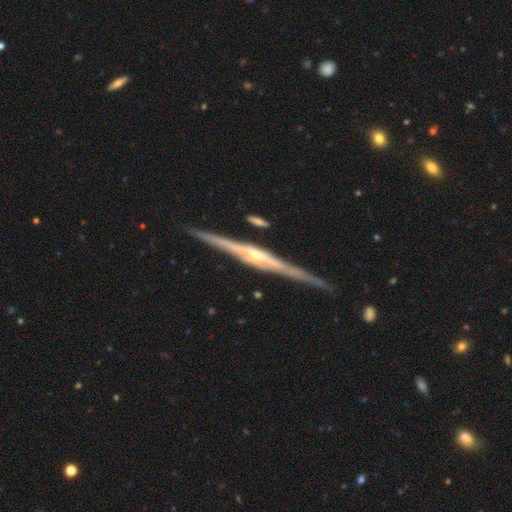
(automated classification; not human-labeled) Q: Smooth or featured?
A: featured or disk (89%); runner-up: smooth (6%)
Q: Edge-on disk?
A: yes (98%); runner-up: no (2%)
Q: Edge-on bulge?
A: rounded (65%); runner-up: boxy (24%)
Q: Merging?
A: none (88%); runner-up: minor disturbance (8%)